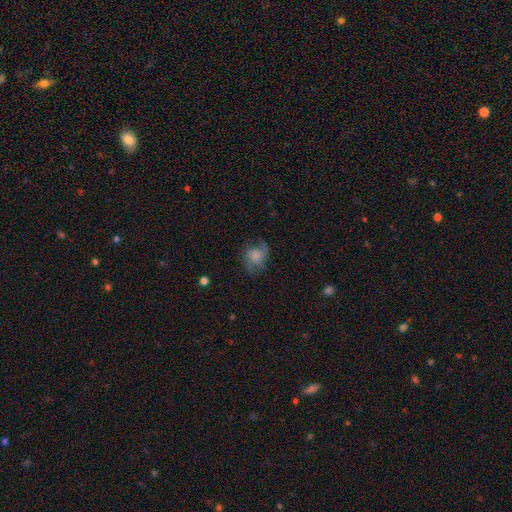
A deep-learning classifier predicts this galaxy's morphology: smooth 45% (tied), featured or disk 45% (tied), star or artifact 10%. Down the decision tree: merging — none (55%).